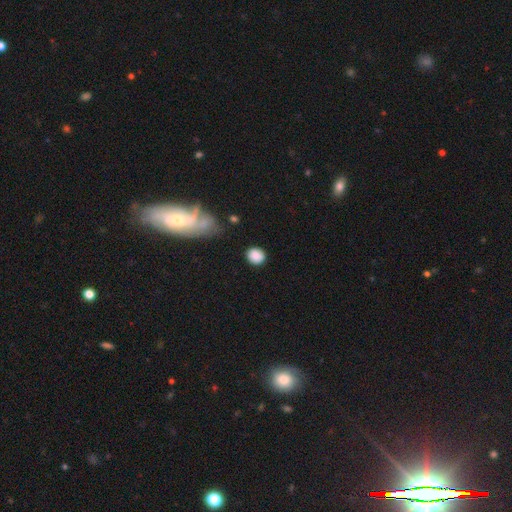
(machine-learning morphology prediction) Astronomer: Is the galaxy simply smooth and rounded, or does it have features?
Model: smooth — 87%.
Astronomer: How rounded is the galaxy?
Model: round — 75%.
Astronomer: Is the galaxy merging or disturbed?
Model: none — 83%.